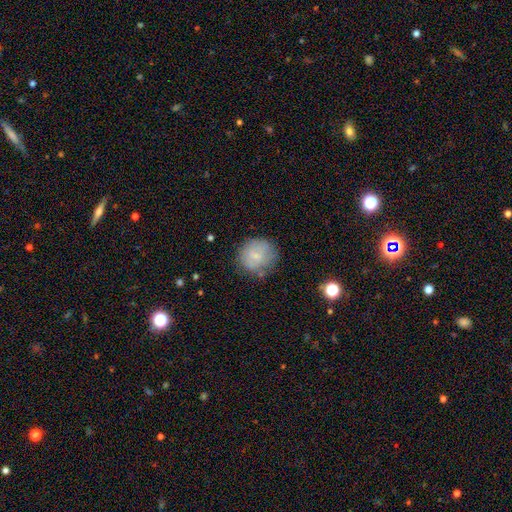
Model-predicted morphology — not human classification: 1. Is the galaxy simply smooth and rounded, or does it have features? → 70% smooth, 21% featured or disk, 9% star or artifact.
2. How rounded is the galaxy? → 86% round, 13% in between, 1% cigar-shaped.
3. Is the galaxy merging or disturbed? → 68% none, 21% minor disturbance, 7% major disturbance, 4% merger.